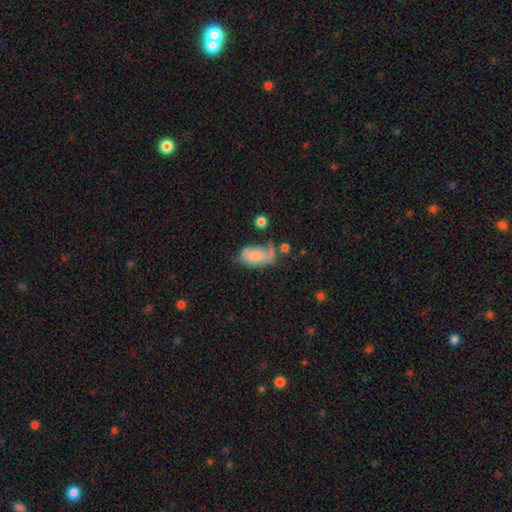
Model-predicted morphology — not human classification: The model was most divided on "merging": none: 34%, minor disturbance: 32%, major disturbance: 24%, merger: 11%. More confident: how rounded — in between (92%); smooth or featured — smooth (65%).